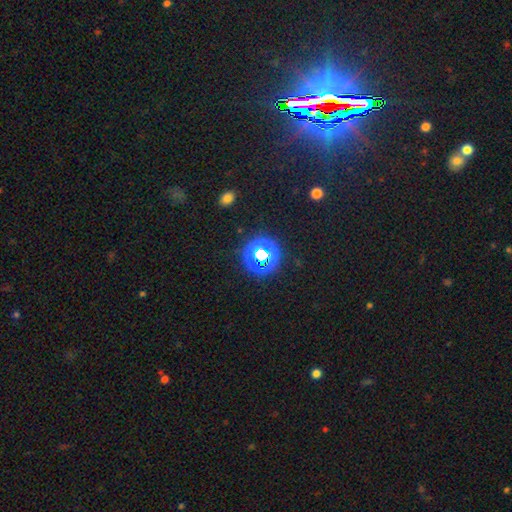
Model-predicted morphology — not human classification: Smooth or featured?
  - star or artifact: 63% *
  - smooth: 29%
  - featured or disk: 8%